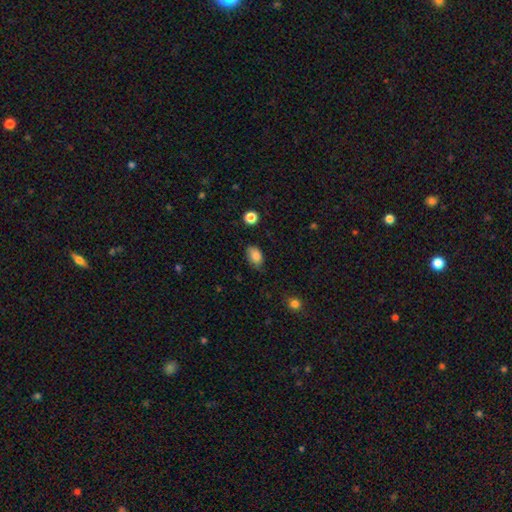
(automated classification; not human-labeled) Overall: smooth (84%). How rounded: in between (87%). Merging: none (72%).